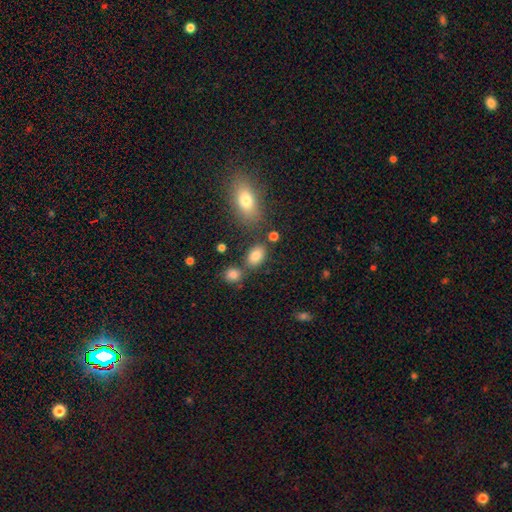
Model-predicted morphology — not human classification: smooth 83%, star or artifact 10%, featured or disk 7%. Down the decision tree: how rounded — in between (87%); merging — none (71%).